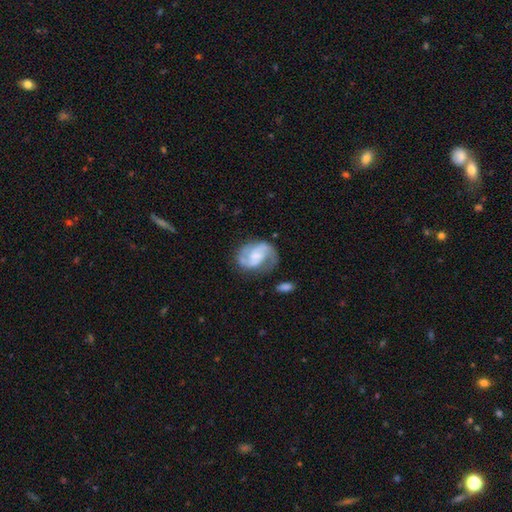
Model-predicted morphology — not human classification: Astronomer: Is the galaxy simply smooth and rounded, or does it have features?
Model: featured or disk — 80%.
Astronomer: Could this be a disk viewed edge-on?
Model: no — 98%.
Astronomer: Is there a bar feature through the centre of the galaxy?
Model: no — 45% (runner-up: weak, 43%).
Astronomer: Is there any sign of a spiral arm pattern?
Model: yes — 95%.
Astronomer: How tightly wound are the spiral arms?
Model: medium — 52%.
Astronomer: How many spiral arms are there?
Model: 2 — 84%.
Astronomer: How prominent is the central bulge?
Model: small — 33% (runner-up: none, 27%).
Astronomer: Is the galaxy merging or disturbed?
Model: none — 63%.